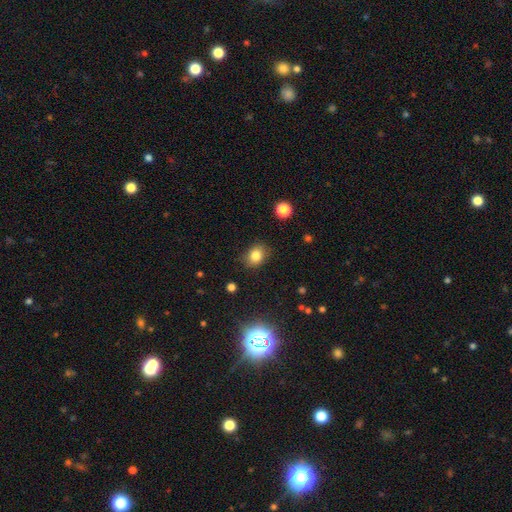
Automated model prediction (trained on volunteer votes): Smooth or featured: smooth — 82% (star or artifact — 11%)
How rounded: in between — 55% (round — 44%)
Merging: none — 82% (minor disturbance — 13%)